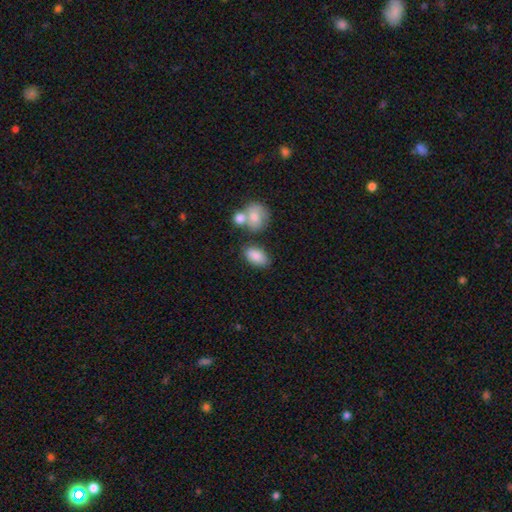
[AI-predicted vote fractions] Morphology: type=smooth (85%); roundness=in between (91%); merging=none (68%).